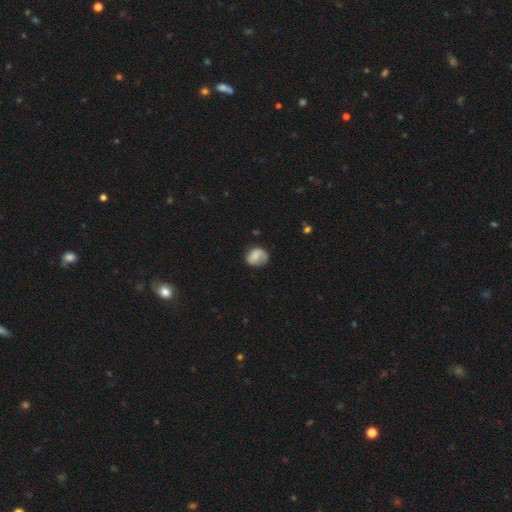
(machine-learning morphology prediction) Smooth or featured: smooth — 60% (featured or disk — 32%)
How rounded: round — 59% (in between — 40%)
Merging: none — 56% (minor disturbance — 29%)